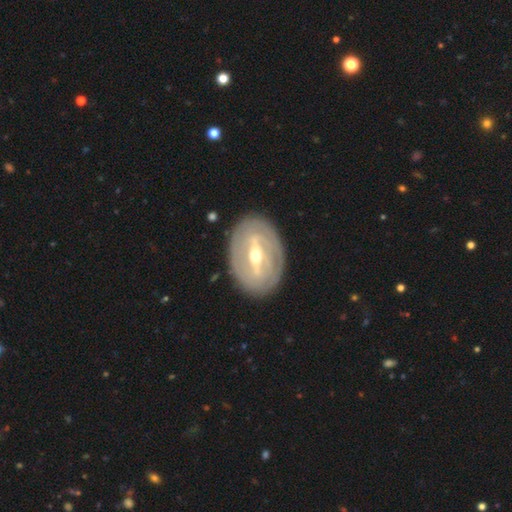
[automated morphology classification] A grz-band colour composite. It shows a featured or disk galaxy (82%) with a strong bar (64%), spiral arms (65%) and a moderate central bulge (59%). Merging: none (85%).